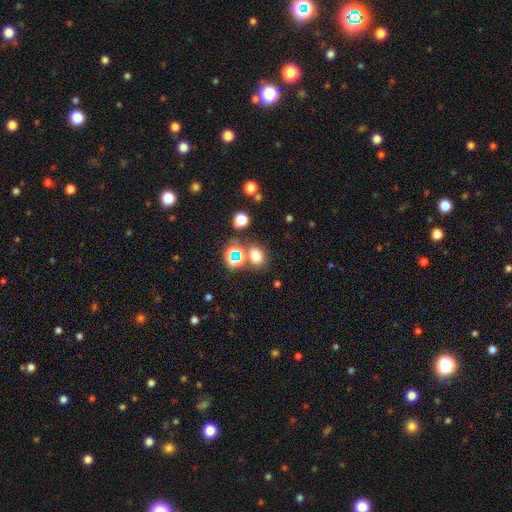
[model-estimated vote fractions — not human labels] A smooth galaxy with no disk features (66%) that is round (53%). Merging: none (69%).